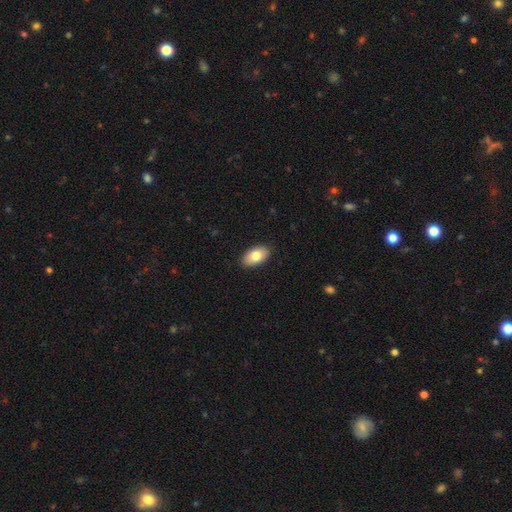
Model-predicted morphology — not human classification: type=smooth (80%); roundness=in between (94%); merging=none (89%).